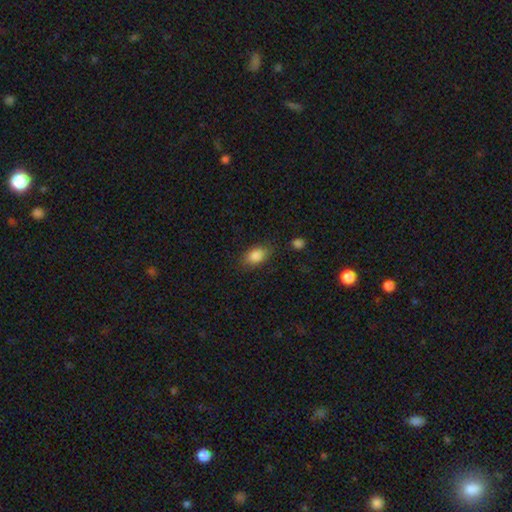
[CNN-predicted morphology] Smooth or featured? Predicted: smooth (p=0.86). How rounded? Predicted: in between (p=0.87). Merging? Predicted: none (p=0.78).